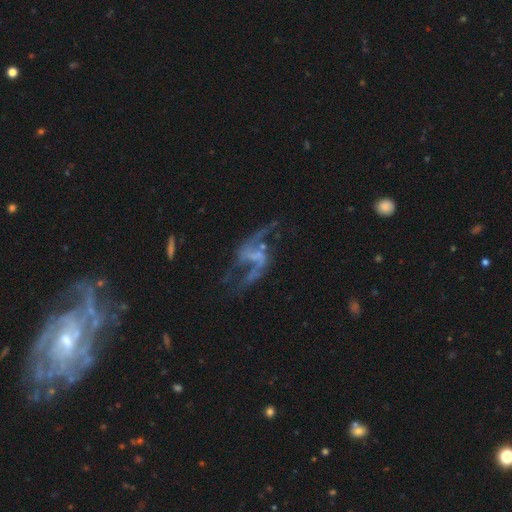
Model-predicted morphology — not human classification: The model was most divided on "bar": weak: 40%, no: 37%, strong: 23%. Remaining: edge-on disk — no (97%); spiral arm count — 2 (87%); spiral arms — yes (82%); smooth or featured — featured or disk (82%); spiral winding — loose (81%); bulge size — none (59%); merging — none (45%).